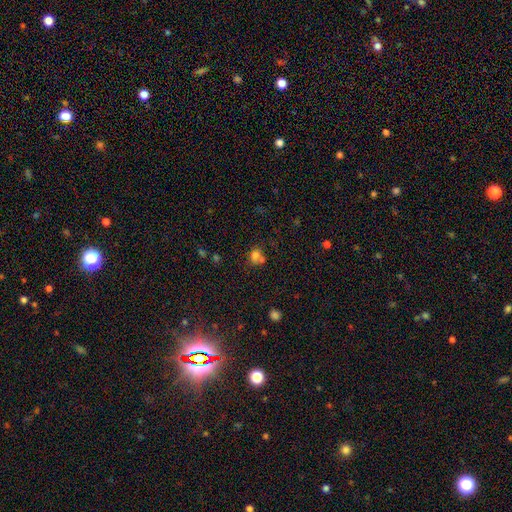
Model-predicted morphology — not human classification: The model was most divided on "merging": none: 43%, merger: 41%, minor disturbance: 11%, major disturbance: 5%. More confident: smooth or featured — smooth (72%); how rounded — round (65%).